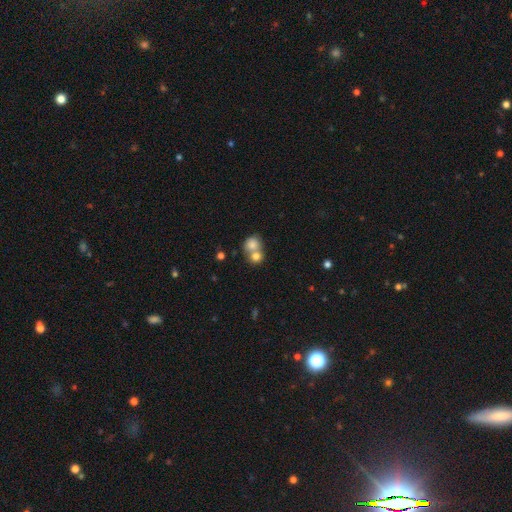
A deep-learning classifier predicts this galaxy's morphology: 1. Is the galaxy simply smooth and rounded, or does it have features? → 80% smooth, 11% featured or disk, 9% star or artifact.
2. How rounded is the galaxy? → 78% round, 21% in between, 1% cigar-shaped.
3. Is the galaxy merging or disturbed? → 60% merger, 31% none, 6% minor disturbance, 3% major disturbance.